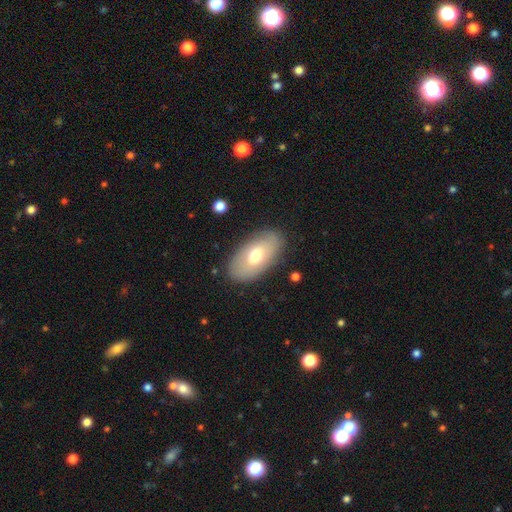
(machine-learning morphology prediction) smooth 62%, featured or disk 31%, star or artifact 7%. Down the decision tree: how rounded — in between (93%); merging — none (85%).